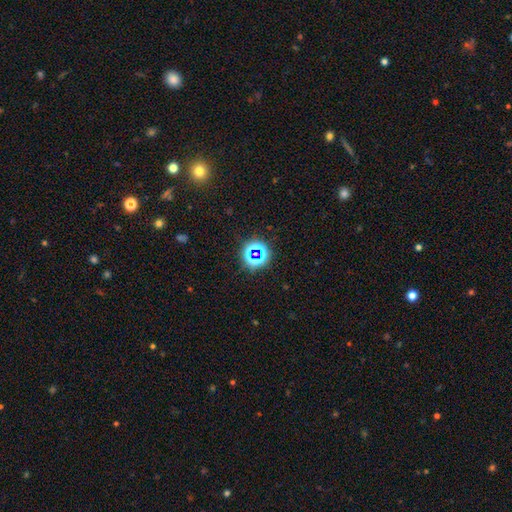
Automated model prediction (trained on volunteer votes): A star or artifact, not a galaxy (69%).

Vote fractions:
- Smooth or featured? star or artifact: 69% / smooth: 21% / featured or disk: 10%